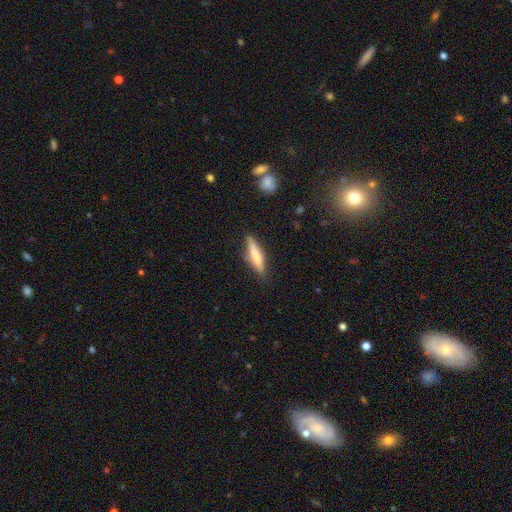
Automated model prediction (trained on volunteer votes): Smooth or featured?
  - smooth: 70% *
  - featured or disk: 23%
  - star or artifact: 6%
How rounded?
  - cigar-shaped: 80% *
  - in between: 18%
  - round: 2%
Merging?
  - none: 79% *
  - minor disturbance: 15%
  - major disturbance: 3%
  - merger: 3%